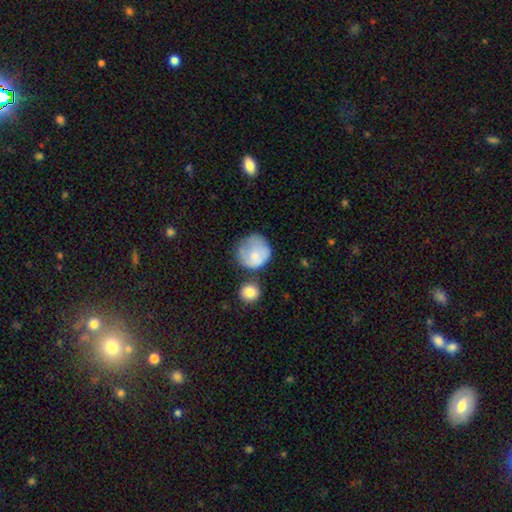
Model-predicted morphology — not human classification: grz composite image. It shows a smooth galaxy with no disk features (70%) that is round (85%). Merging: none (45%).